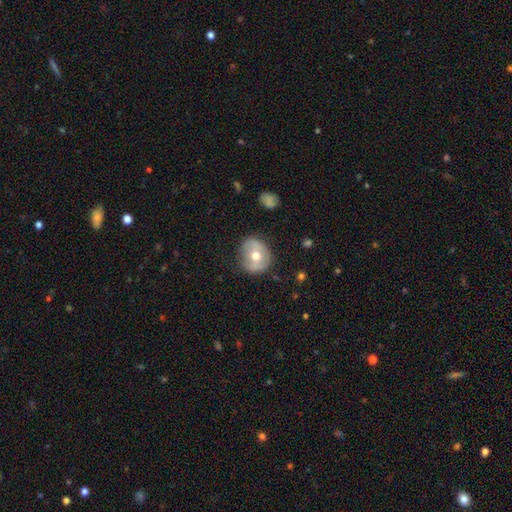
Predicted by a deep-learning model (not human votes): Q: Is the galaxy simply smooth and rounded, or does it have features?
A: smooth — 51%.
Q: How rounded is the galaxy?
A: round — 78%.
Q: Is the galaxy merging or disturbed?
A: none — 73%.